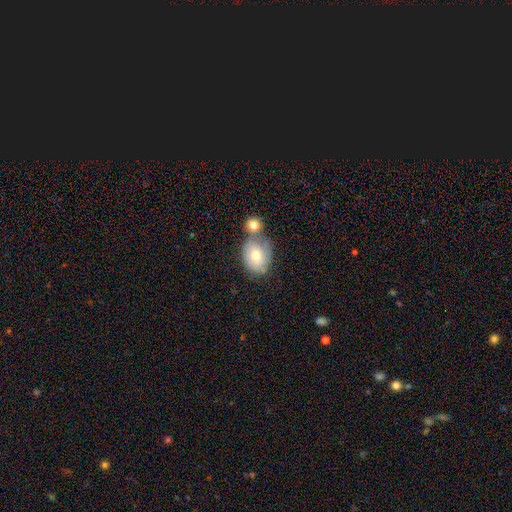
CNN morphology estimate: This is likely a smooth galaxy (68%). How rounded: possibly in between (59%). Merging: possibly merger (46%).